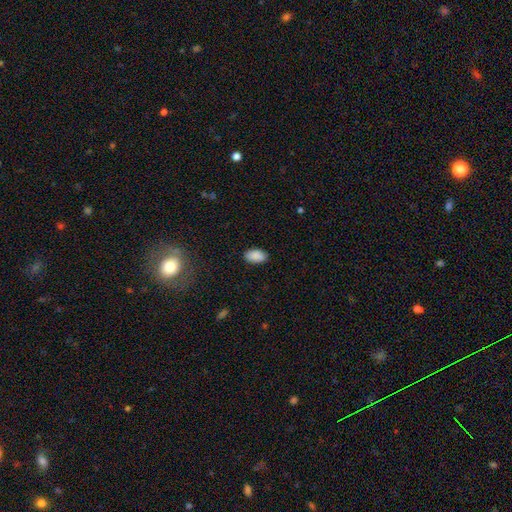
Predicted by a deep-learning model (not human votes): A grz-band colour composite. It shows a smooth galaxy with no disk features (89%) that is in between round and cigar-shaped (93%). Merging: none (86%).